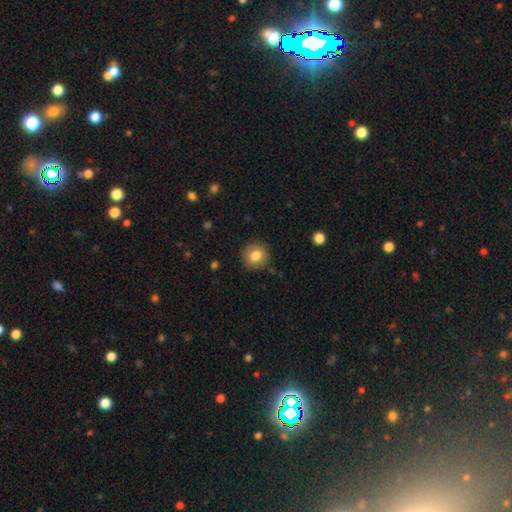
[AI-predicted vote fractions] Morphology: type=smooth (82%); roundness=round (90%); merging=none (89%).